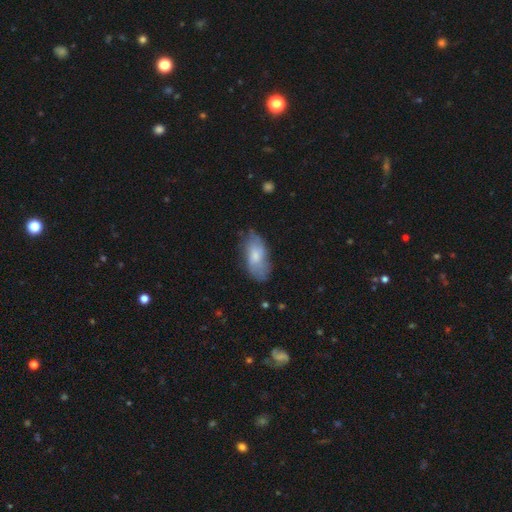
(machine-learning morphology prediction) Smooth or featured? smooth (65%)
How rounded? in between (91%)
Merging? none (61%)